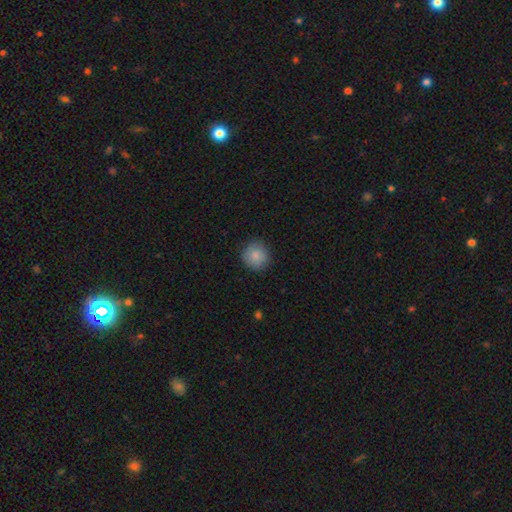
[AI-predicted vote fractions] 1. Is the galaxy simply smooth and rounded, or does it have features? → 86% smooth, 8% star or artifact, 7% featured or disk.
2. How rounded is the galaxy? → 92% round, 7% in between, 1% cigar-shaped.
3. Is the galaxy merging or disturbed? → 85% none, 11% minor disturbance, 2% major disturbance, 1% merger.